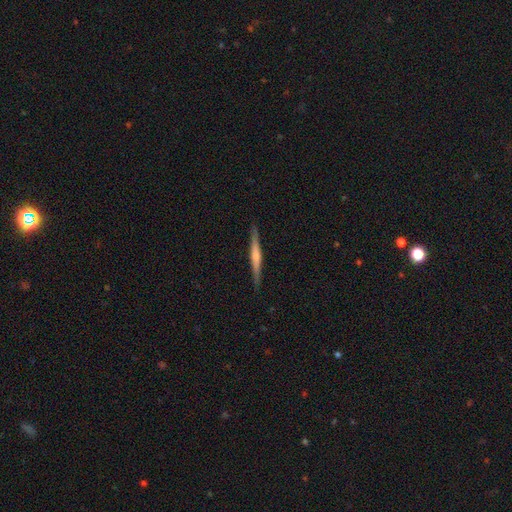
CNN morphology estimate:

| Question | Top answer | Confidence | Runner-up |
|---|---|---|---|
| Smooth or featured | featured or disk | 60% | smooth (35%) |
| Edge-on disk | yes | 98% | no (2%) |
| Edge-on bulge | rounded | 48% | none (33%) |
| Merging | none | 91% | minor disturbance (7%) |